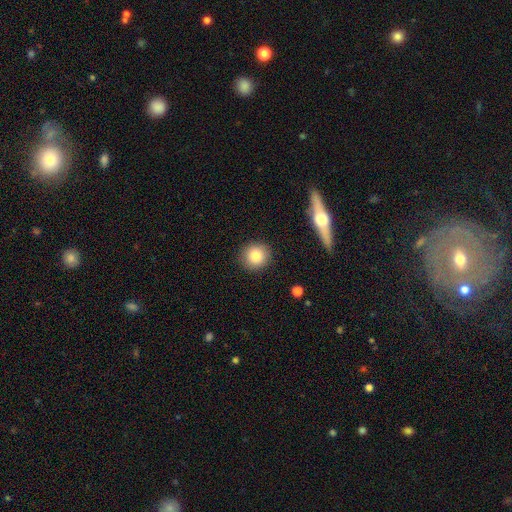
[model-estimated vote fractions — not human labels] Smooth or featured?
  - smooth: 83% *
  - star or artifact: 9%
  - featured or disk: 8%
How rounded?
  - round: 91% *
  - in between: 7%
  - cigar-shaped: 1%
Merging?
  - none: 90% *
  - minor disturbance: 7%
  - major disturbance: 2%
  - merger: 1%